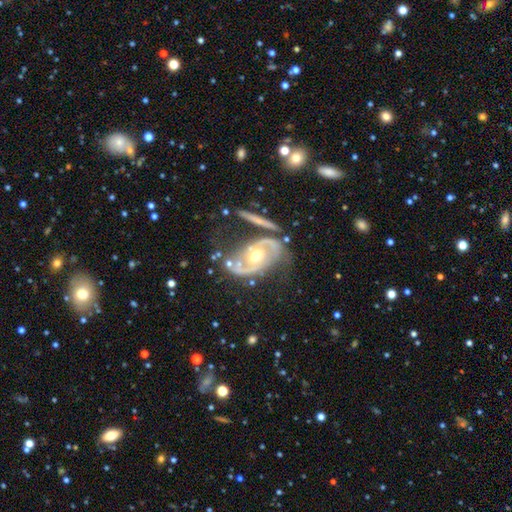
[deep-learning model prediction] Smooth or featured?
  - featured or disk: 88% *
  - smooth: 7%
  - star or artifact: 5%
Edge-on disk?
  - no: 95% *
  - yes: 5%
Bar?
  - no: 64% *
  - weak: 24%
  - strong: 12%
Spiral arms?
  - yes: 91% *
  - no: 9%
Spiral winding?
  - medium: 46% *
  - tight: 35%
  - loose: 20%
Spiral arm count?
  - 2: 84% *
  - can't tell: 8%
  - 1: 3%
  - 3: 3%
  - 4: 1%
  - more than 4: 1%
Bulge size?
  - moderate: 74% *
  - small: 19%
  - large: 5%
  - none: 1%
  - dominant: 1%
Merging?
  - none: 51% *
  - minor disturbance: 21%
  - major disturbance: 17%
  - merger: 11%